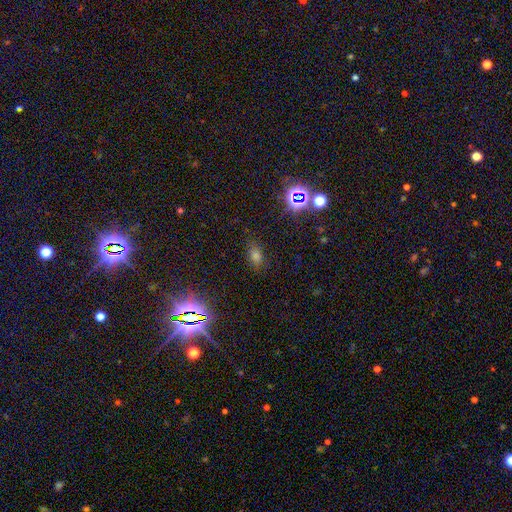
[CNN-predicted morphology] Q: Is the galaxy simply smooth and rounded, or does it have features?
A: smooth — 55%.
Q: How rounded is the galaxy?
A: in between — 81%.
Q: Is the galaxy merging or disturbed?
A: none — 79%.